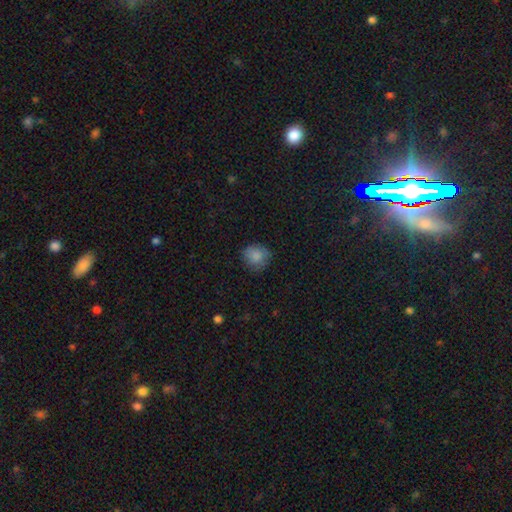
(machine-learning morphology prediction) This is clearly a smooth galaxy (85%). How rounded: clearly round (85%). Merging: likely none (77%).